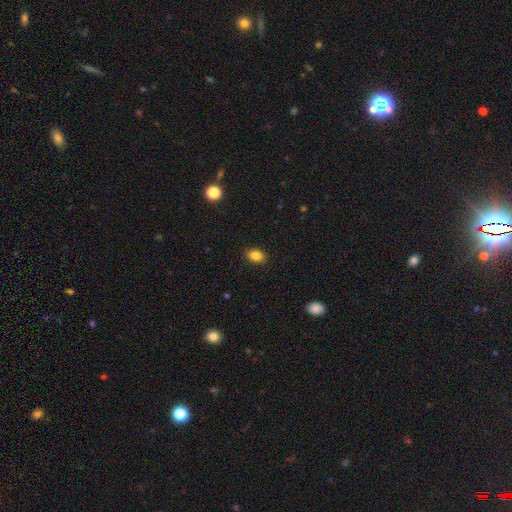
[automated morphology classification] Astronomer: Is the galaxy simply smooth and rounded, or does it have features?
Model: smooth — 85%.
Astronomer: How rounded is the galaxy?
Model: in between — 84%.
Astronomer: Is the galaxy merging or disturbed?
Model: none — 88%.